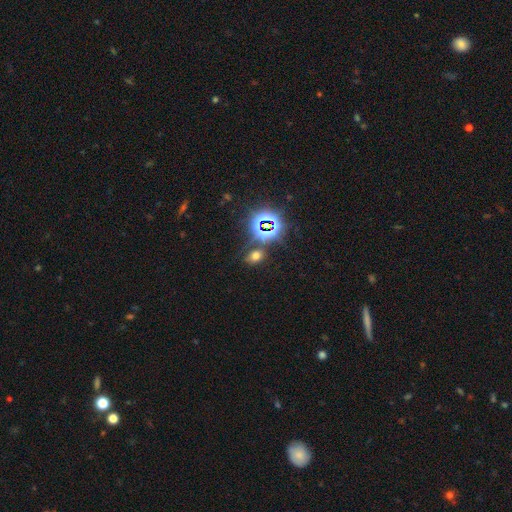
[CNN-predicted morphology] Q: Smooth or featured?
A: smooth (54%); runner-up: star or artifact (37%)
Q: How rounded?
A: in between (66%); runner-up: round (33%)
Q: Merging?
A: none (75%); runner-up: minor disturbance (12%)